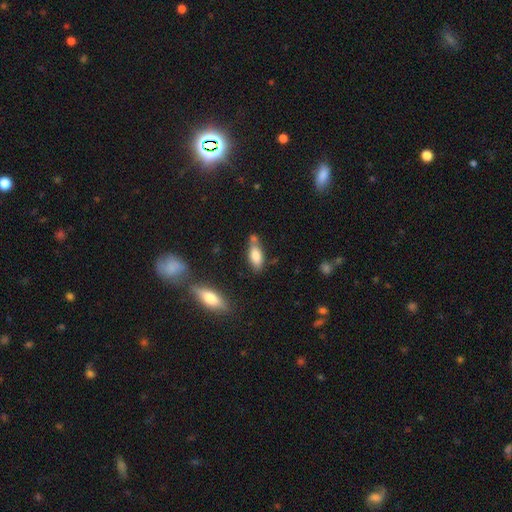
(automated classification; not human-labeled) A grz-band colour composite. It shows a smooth galaxy with no disk features (79%) that is in between round and cigar-shaped (76%). Merging: none (56%).